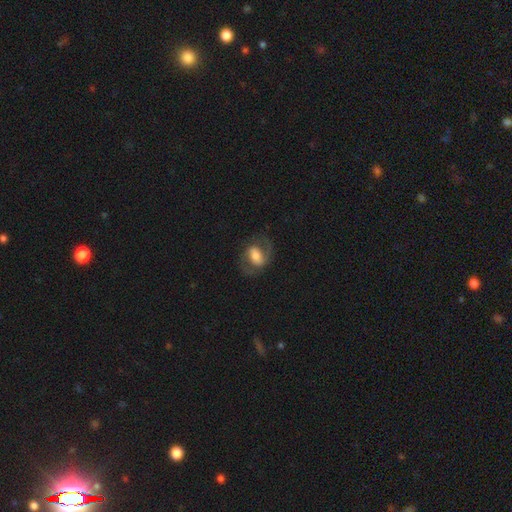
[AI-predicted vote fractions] featured or disk 68%, smooth 25%, star or artifact 7%. Down the decision tree: edge-on disk — no (97%); bar — weak (41%); spiral arms — yes (88%); spiral arm count — 2 (87%); spiral winding — medium (53%); bulge size — moderate (46%); merging — none (71%).